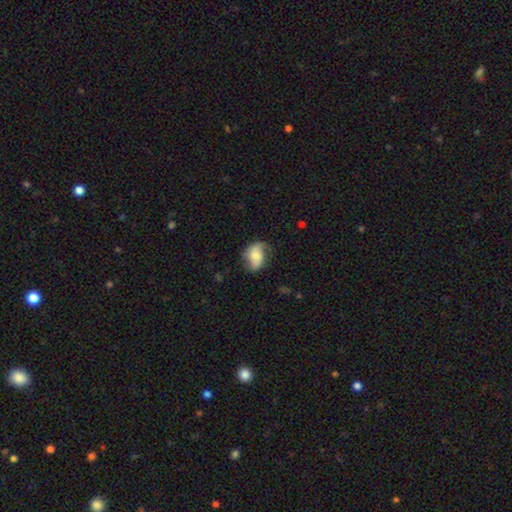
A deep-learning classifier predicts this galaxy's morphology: A smooth galaxy with no disk features (47%). Merging: none (58%).